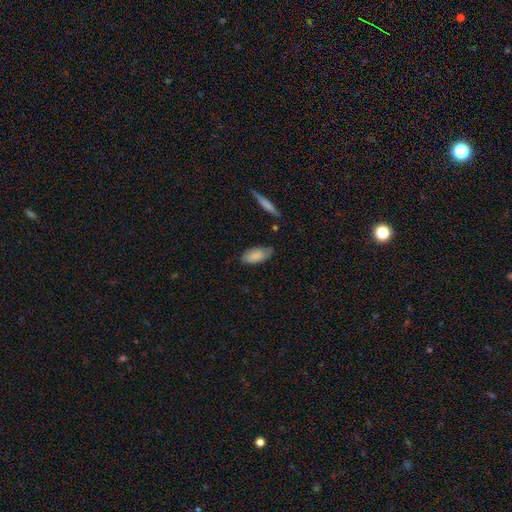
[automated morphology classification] Smooth or featured: smooth — 83% (featured or disk — 11%)
How rounded: in between — 89% (cigar-shaped — 9%)
Merging: none — 71% (minor disturbance — 22%)